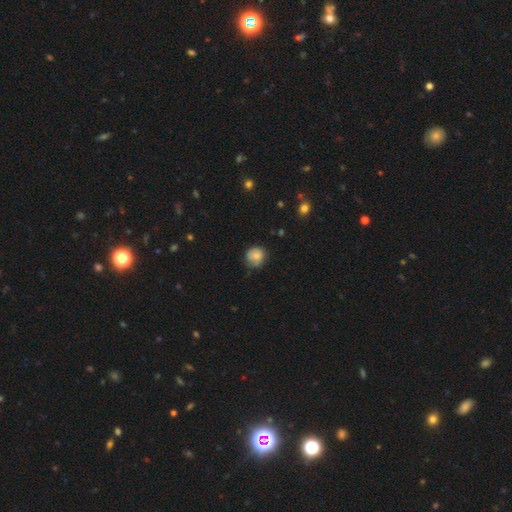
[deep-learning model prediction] Smooth or featured? Predicted: smooth (p=0.78). How rounded? Predicted: round (p=0.85). Merging? Predicted: none (p=0.66).